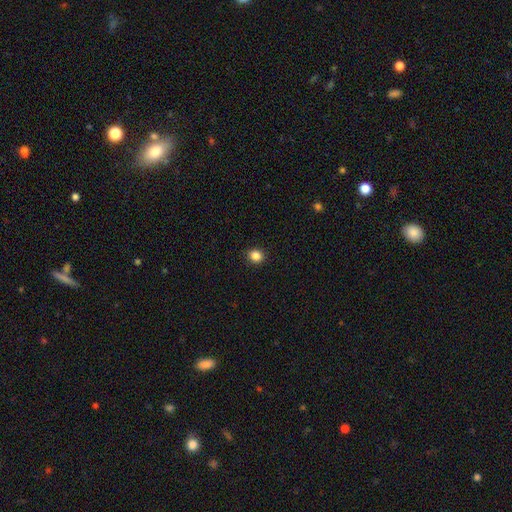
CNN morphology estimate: A smooth galaxy with no disk features (85%) that is round (82%). Merging: none (92%).